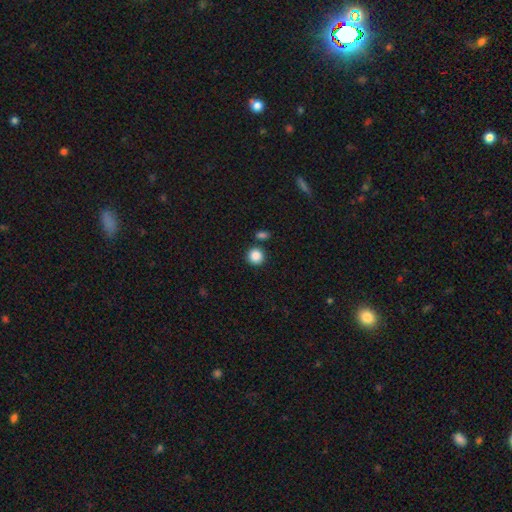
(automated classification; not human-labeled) smooth 87%, star or artifact 9%, featured or disk 3%. Down the decision tree: how rounded — round (89%); merging — none (82%).